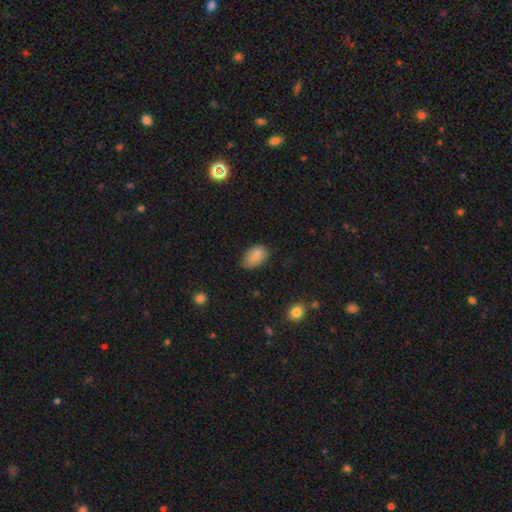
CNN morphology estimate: Q: Smooth or featured?
A: smooth (83%); runner-up: star or artifact (10%)
Q: How rounded?
A: in between (90%); runner-up: round (9%)
Q: Merging?
A: none (56%); runner-up: minor disturbance (34%)